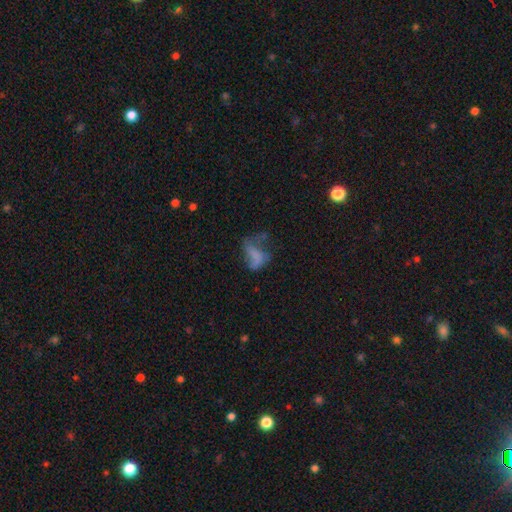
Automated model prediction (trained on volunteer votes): A smooth galaxy with no disk features (47%).

Vote fractions:
- Smooth or featured? smooth: 47% / featured or disk: 38% / star or artifact: 15%
- Merging? major disturbance: 44% / none: 27% / minor disturbance: 21% / merger: 8%